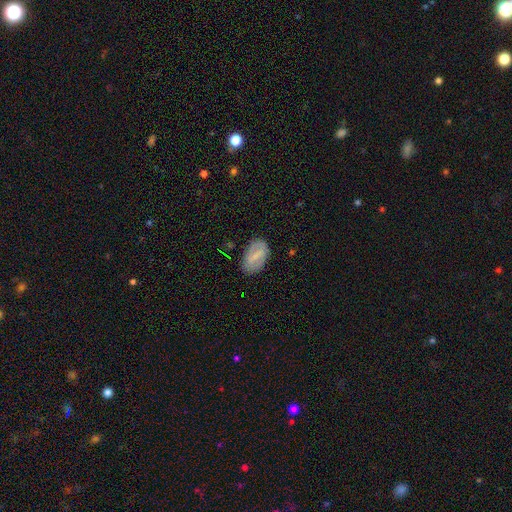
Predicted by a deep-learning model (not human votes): Smooth or featured? smooth (47%)
Merging? none (78%)